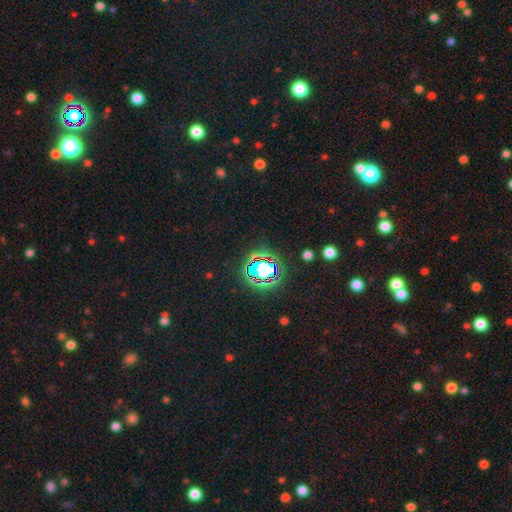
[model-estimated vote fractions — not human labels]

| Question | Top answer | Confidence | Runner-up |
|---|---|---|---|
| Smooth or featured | star or artifact | 80% | smooth (12%) |